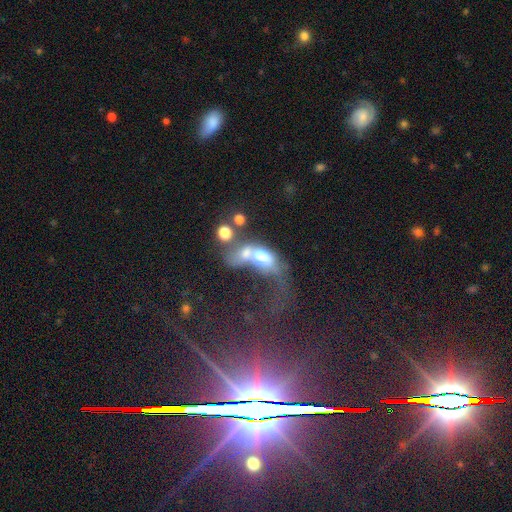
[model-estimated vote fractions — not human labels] Smooth or featured?
  - smooth: 43% *
  - featured or disk: 41%
  - star or artifact: 16%
Merging?
  - merger: 70% *
  - major disturbance: 17%
  - none: 8%
  - minor disturbance: 5%